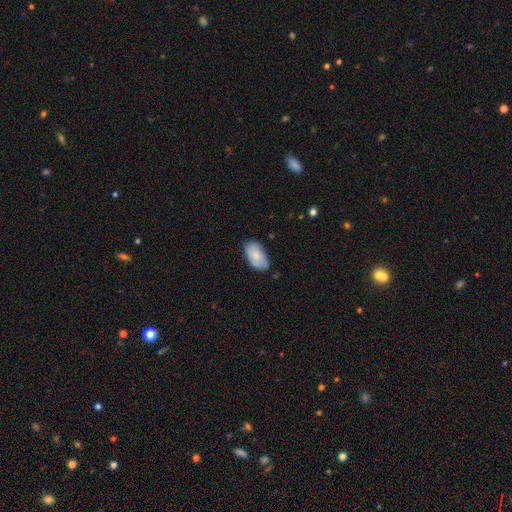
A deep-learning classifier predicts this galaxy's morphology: This appears to be a smooth galaxy with no disk features (77%) that is in between round and cigar-shaped (94%). Merging: none (72%).